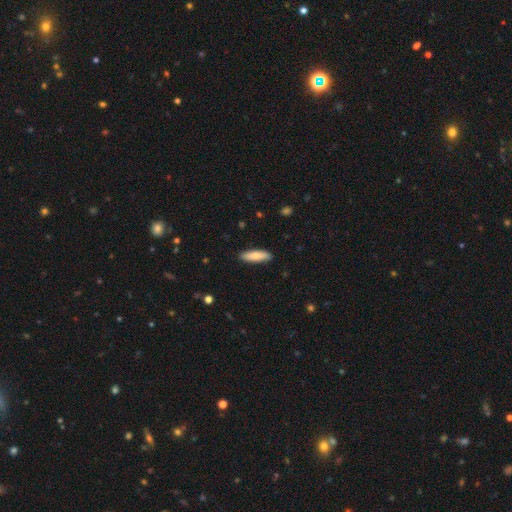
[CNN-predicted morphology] Smooth or featured? smooth (79%)
How rounded? cigar-shaped (61%)
Merging? none (90%)